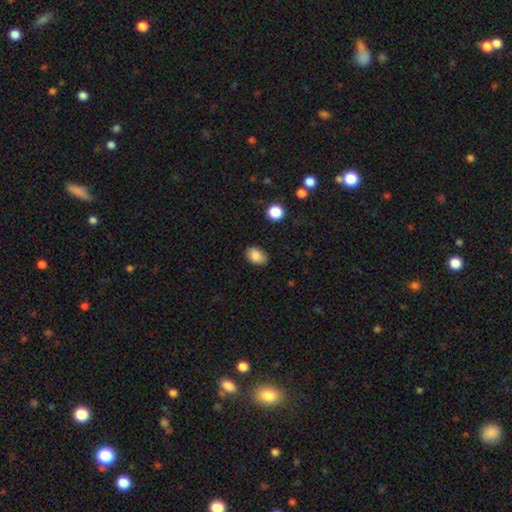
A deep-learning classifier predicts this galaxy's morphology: The model was most divided on "how rounded": in between: 80%, round: 19%, cigar-shaped: 1%. More confident: smooth or featured — smooth (86%); merging — none (82%).